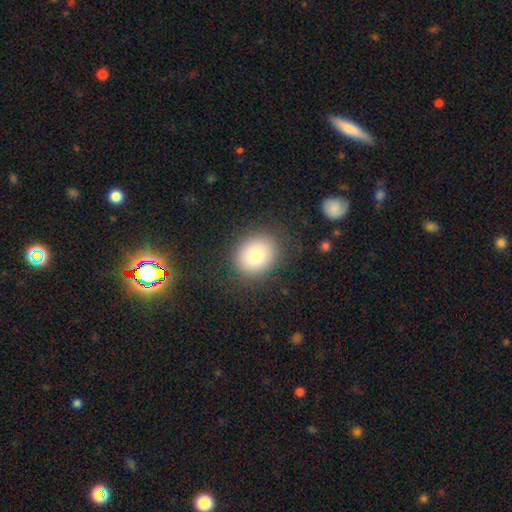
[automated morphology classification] smooth 79%, featured or disk 11%, star or artifact 10%. Down the decision tree: how rounded — round (62%); merging — none (85%).